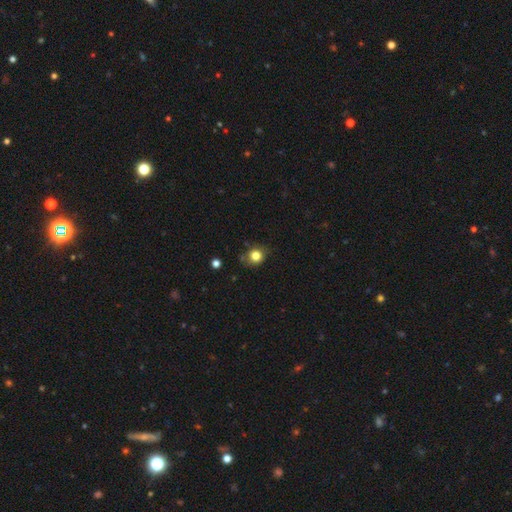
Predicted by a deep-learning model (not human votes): Smooth or featured: smooth — 81% (star or artifact — 12%)
How rounded: round — 77% (in between — 22%)
Merging: none — 75% (minor disturbance — 18%)